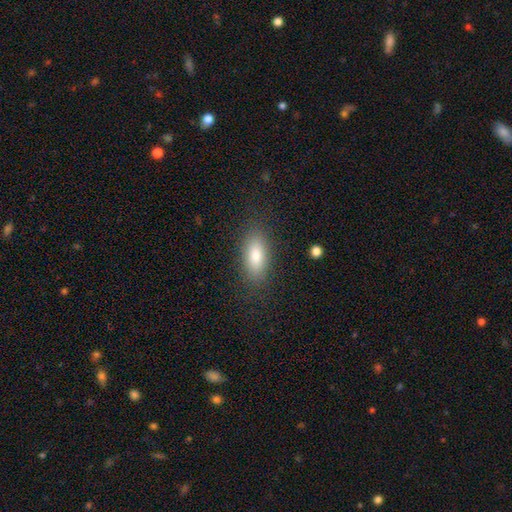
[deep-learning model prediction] This appears to be a smooth galaxy with no disk features (81%) that is in between round and cigar-shaped (81%). Merging: none (86%).